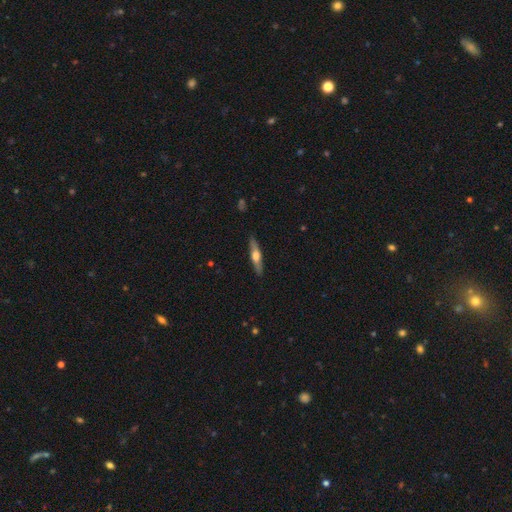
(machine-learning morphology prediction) A featured or disk galaxy (59%) viewed edge-on (94%) with a rounded central bulge (90%). Merging: none (89%).